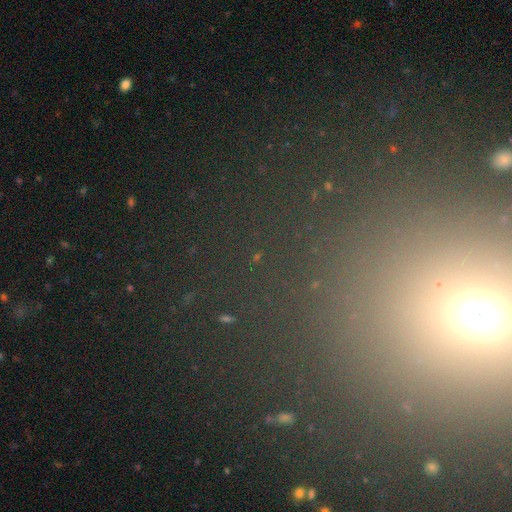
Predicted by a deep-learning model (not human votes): Q: Smooth or featured?
A: star or artifact (70%); runner-up: smooth (20%)